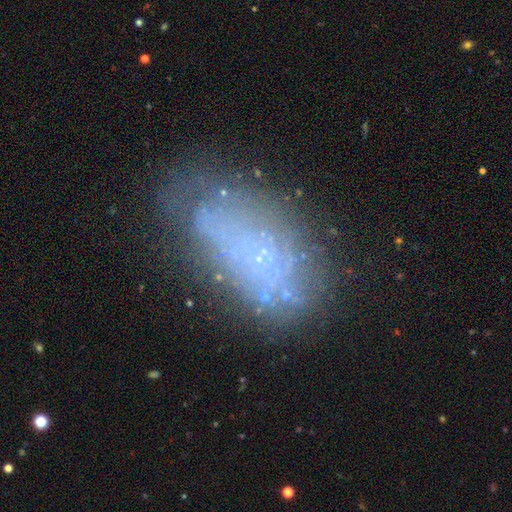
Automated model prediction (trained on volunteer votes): Smooth or featured? featured or disk (50%)
Edge-on disk? no (93%)
Merging? none (52%)